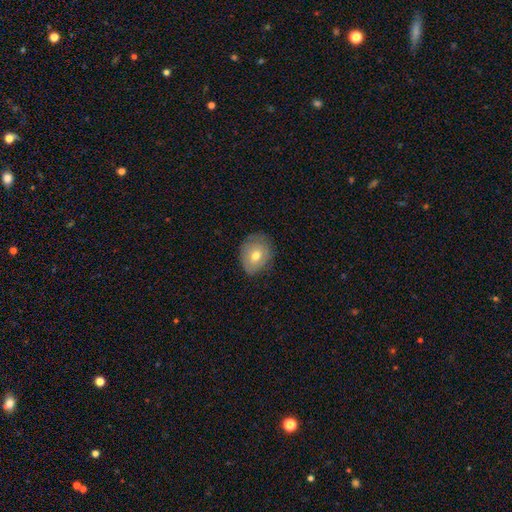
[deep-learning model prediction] The model was most divided on "how rounded": round: 50%, in between: 49%, cigar-shaped: 1%. More confident: merging — none (72%); smooth or featured — smooth (64%).